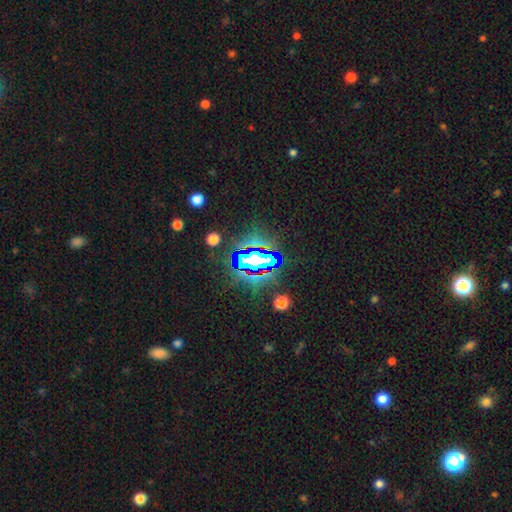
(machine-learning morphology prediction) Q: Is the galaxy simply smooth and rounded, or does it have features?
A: star or artifact — 81%.